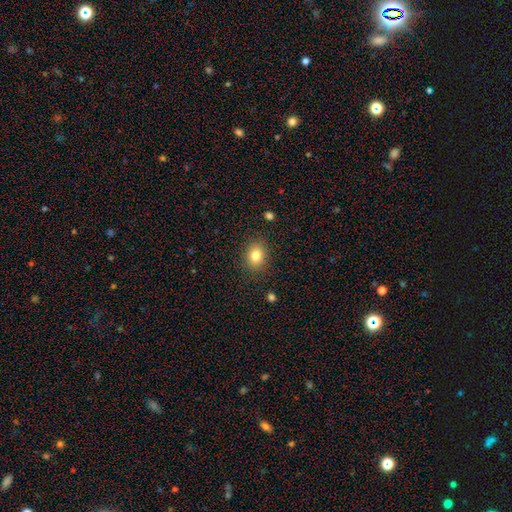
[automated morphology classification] A smooth galaxy with no disk features (82%) that is in between round and cigar-shaped (55%). Merging: none (87%).